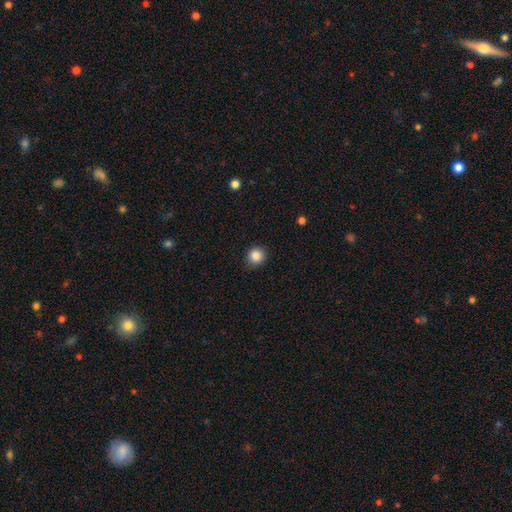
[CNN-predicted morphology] A smooth galaxy with no disk features (87%) that is round (89%). Merging: none (85%).